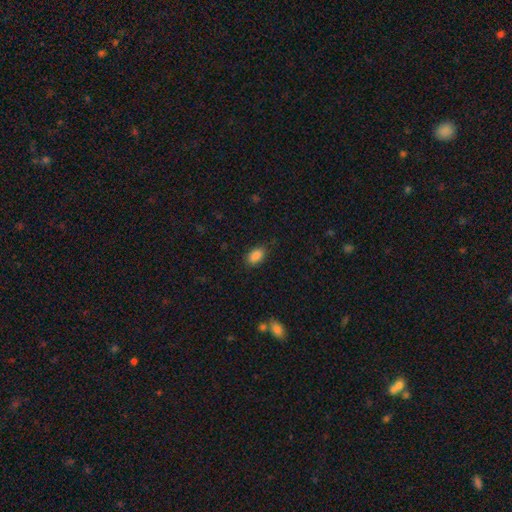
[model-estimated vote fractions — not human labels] Smooth or featured?
  - smooth: 88% *
  - star or artifact: 8%
  - featured or disk: 4%
How rounded?
  - in between: 90% *
  - round: 8%
  - cigar-shaped: 2%
Merging?
  - none: 85% *
  - minor disturbance: 11%
  - major disturbance: 3%
  - merger: 1%